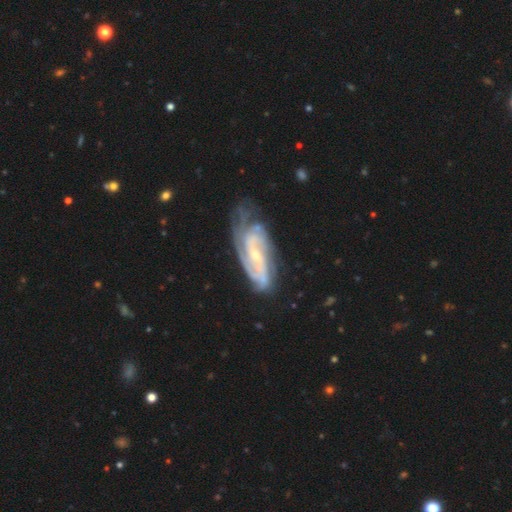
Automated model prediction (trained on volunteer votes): A featured or disk galaxy (86%) with no bar (44%), 2 (37%) tight (52%) spiral arms (96%) and a small central bulge (68%).

Vote fractions:
- Smooth or featured? featured or disk: 86% / smooth: 8% / star or artifact: 6%
- Edge-on disk? no: 93% / yes: 7%
- Bar? no: 44% / weak: 40% / strong: 16%
- Spiral arms? yes: 96% / no: 4%
- Spiral winding? tight: 52% / medium: 37% / loose: 11%
- Spiral arm count? 2: 37% / can't tell: 25% / 3: 20% / 4: 9% / 1: 5% / more than 4: 5%
- Bulge size? small: 68% / moderate: 27% / none: 3% / large: 1% / dominant: 1%
- Merging? none: 61% / minor disturbance: 25% / major disturbance: 12% / merger: 3%